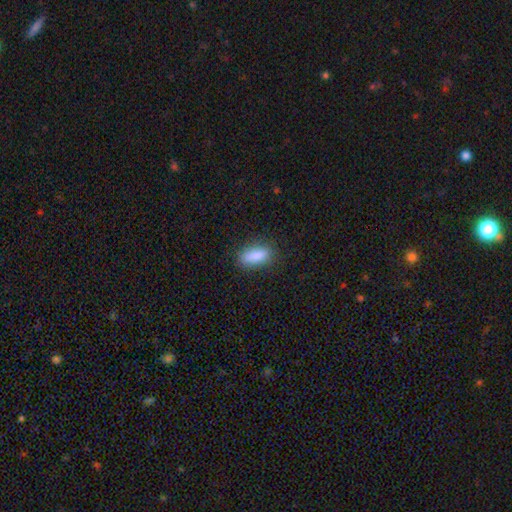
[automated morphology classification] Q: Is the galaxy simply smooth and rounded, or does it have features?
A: smooth — 87%.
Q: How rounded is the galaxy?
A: in between — 75%.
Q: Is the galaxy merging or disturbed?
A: none — 84%.